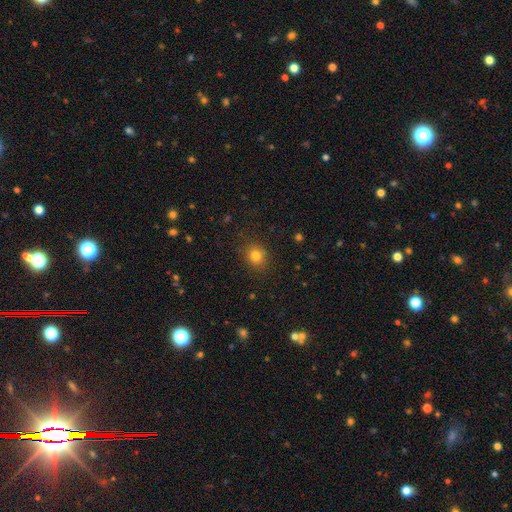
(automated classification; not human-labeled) A smooth galaxy with no disk features (80%) that is round (74%). Merging: none (86%).